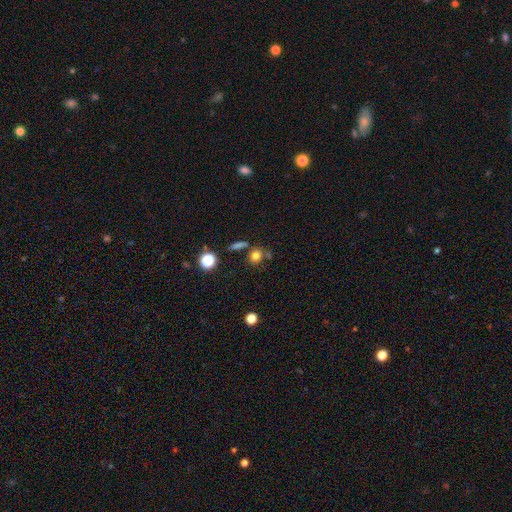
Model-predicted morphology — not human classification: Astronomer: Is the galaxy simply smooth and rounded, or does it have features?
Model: smooth — 77%.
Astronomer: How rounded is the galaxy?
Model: round — 66%.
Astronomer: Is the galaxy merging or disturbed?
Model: none — 67%.